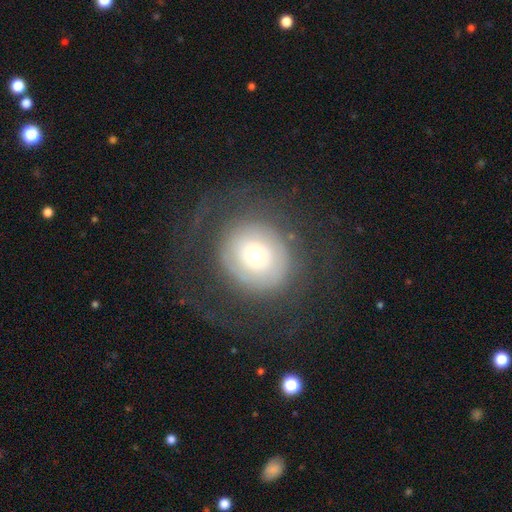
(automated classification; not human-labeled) smooth_or_featured: featured or disk (p=0.48) [alt: smooth p=0.42]
merging: none (p=0.65) [alt: major disturbance p=0.20]